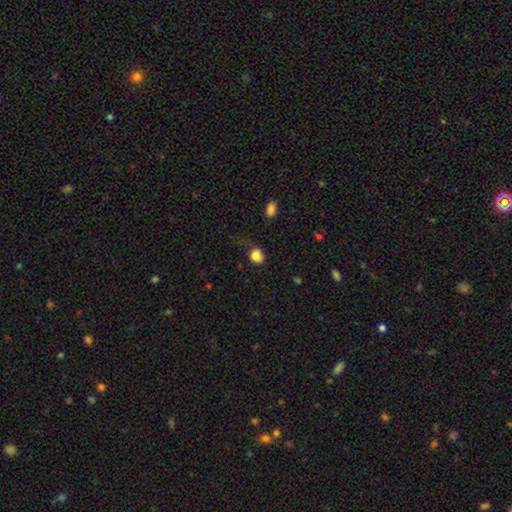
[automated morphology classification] Smooth or featured?
  - smooth: 85% *
  - star or artifact: 10%
  - featured or disk: 6%
How rounded?
  - round: 52% *
  - in between: 47%
  - cigar-shaped: 1%
Merging?
  - none: 49% *
  - minor disturbance: 30%
  - major disturbance: 19%
  - merger: 3%